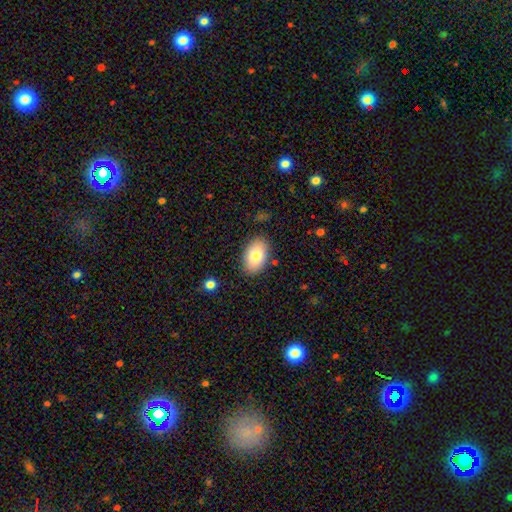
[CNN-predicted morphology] Smooth or featured?
  - smooth: 80% *
  - featured or disk: 13%
  - star or artifact: 7%
How rounded?
  - in between: 92% *
  - round: 7%
  - cigar-shaped: 1%
Merging?
  - none: 86% *
  - minor disturbance: 10%
  - major disturbance: 2%
  - merger: 2%